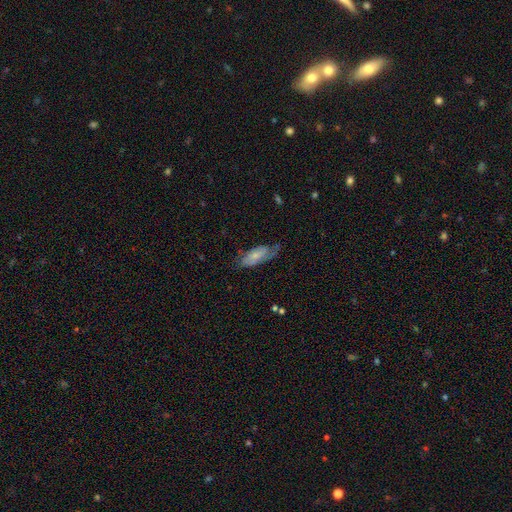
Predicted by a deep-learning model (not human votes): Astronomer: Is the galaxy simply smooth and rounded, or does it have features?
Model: featured or disk — 48% (runner-up: smooth, 46%).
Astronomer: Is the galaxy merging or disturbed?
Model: none — 56%.